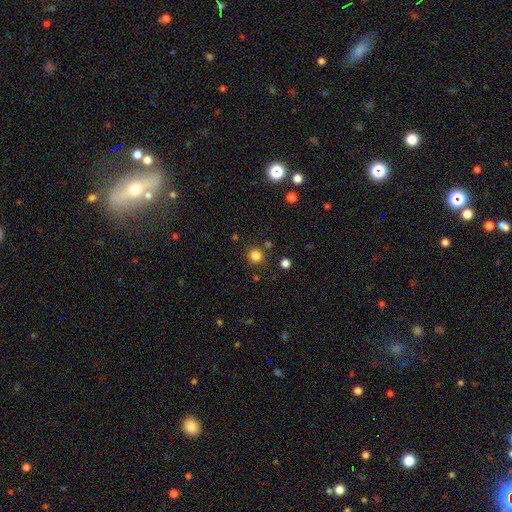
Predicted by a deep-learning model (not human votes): This appears to be a smooth galaxy with no disk features (82%) that is round (92%). Merging: none (84%).